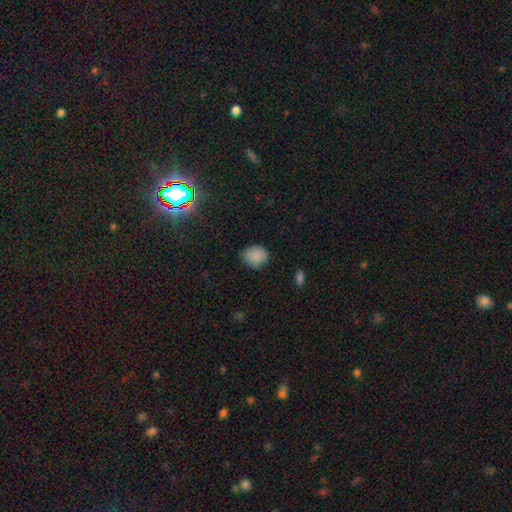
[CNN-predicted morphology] Overall: smooth (86%). How rounded: round (61%; in between 38%). Merging: none (76%).